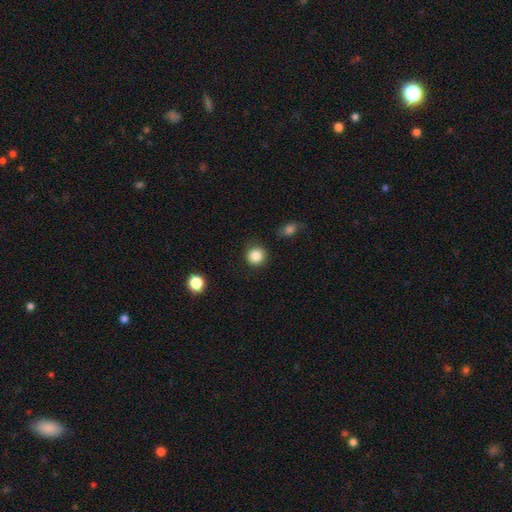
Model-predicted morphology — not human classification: smooth_or_featured: smooth (p=0.87) [alt: star or artifact p=0.09]
how_rounded: round (p=0.92) [alt: in between p=0.07]
merging: none (p=0.86) [alt: minor disturbance p=0.09]